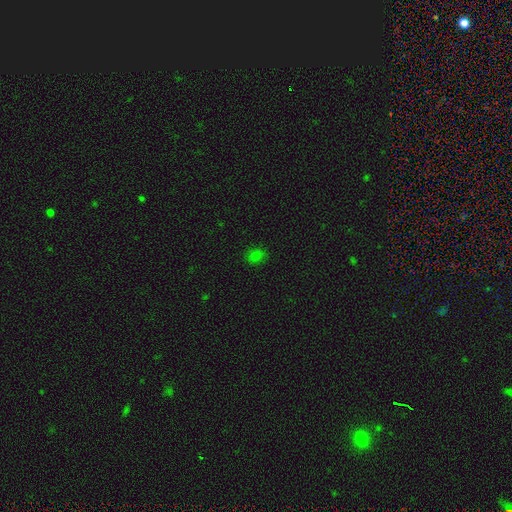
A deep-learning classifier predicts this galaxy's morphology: type=smooth (76%); roundness=round (58%); merging=none (85%).